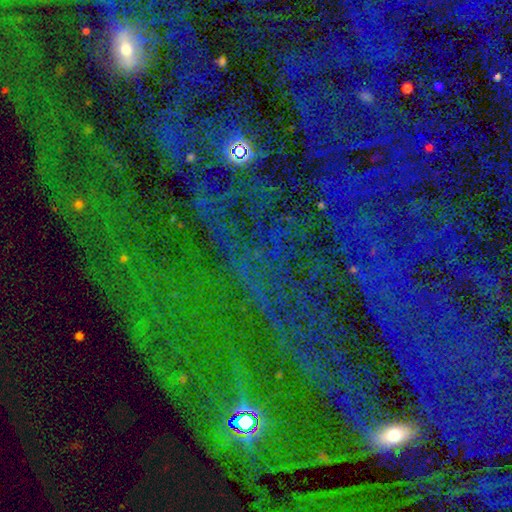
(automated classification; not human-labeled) smooth_or_featured: star or artifact (p=0.80) [alt: smooth p=0.11]